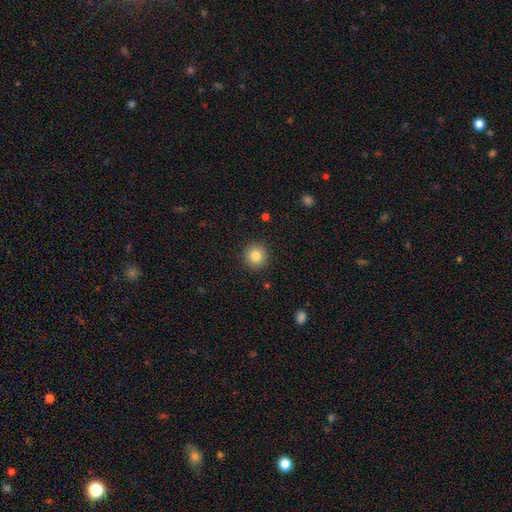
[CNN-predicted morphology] smooth 83%, star or artifact 10%, featured or disk 7%. Down the decision tree: how rounded — round (94%); merging — none (92%).